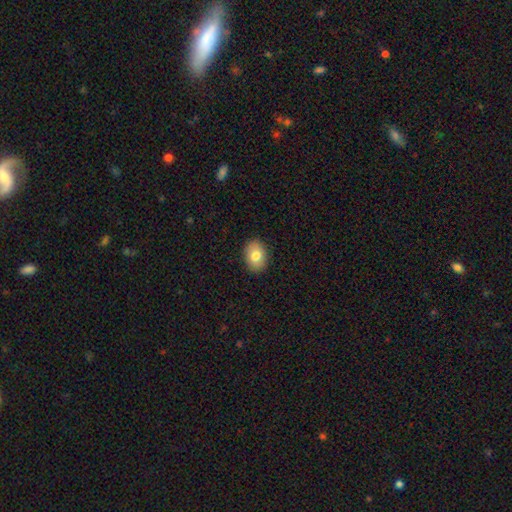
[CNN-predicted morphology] Smooth or featured: smooth — 79% (featured or disk — 13%)
How rounded: in between — 73% (round — 26%)
Merging: none — 89% (minor disturbance — 8%)